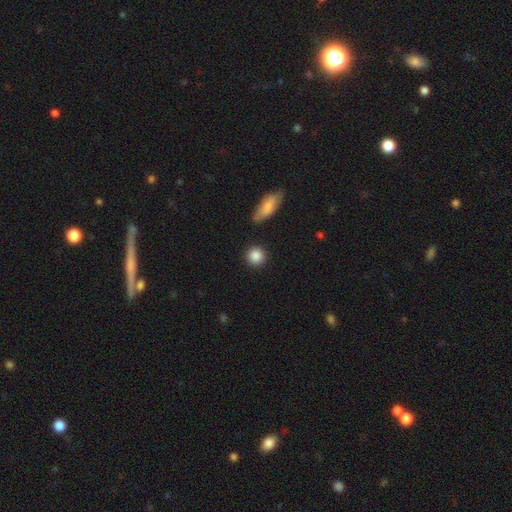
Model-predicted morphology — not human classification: The model was most divided on "smooth or featured": smooth: 87%, star or artifact: 8%, featured or disk: 5%. More confident: how rounded — round (90%); merging — none (87%).